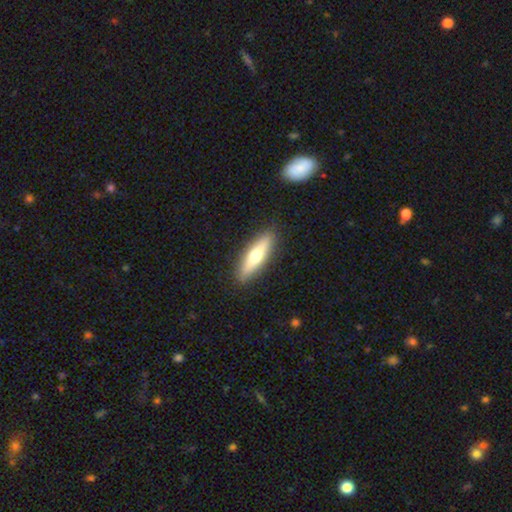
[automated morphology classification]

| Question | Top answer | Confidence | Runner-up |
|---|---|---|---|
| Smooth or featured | smooth | 56% | featured or disk (38%) |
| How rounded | cigar-shaped | 68% | in between (30%) |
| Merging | none | 89% | minor disturbance (8%) |